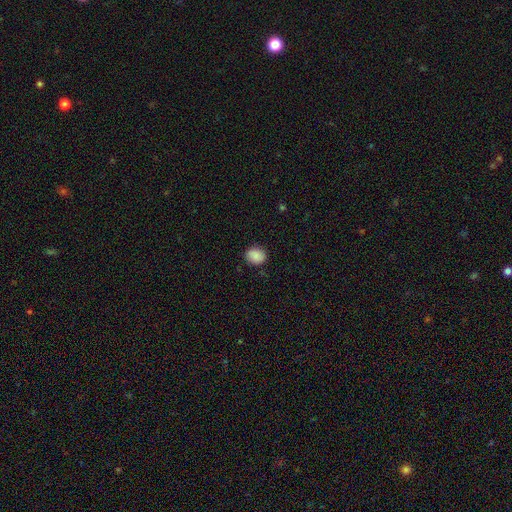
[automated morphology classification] This is clearly a smooth galaxy (88%). How rounded: possibly round (57%). Merging: clearly none (85%).